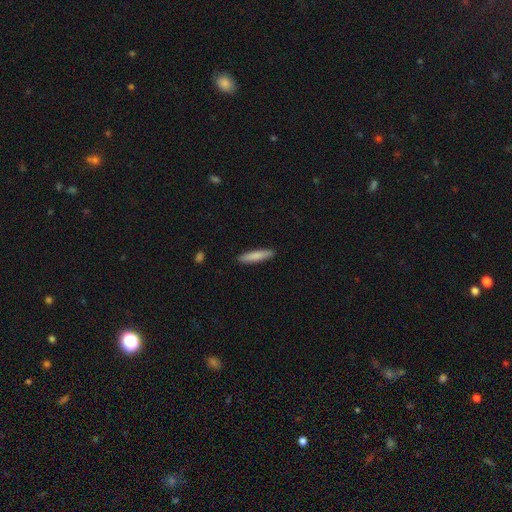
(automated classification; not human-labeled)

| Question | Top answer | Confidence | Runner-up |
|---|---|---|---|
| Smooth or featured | smooth | 83% | featured or disk (12%) |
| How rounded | cigar-shaped | 87% | in between (12%) |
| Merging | none | 90% | minor disturbance (7%) |